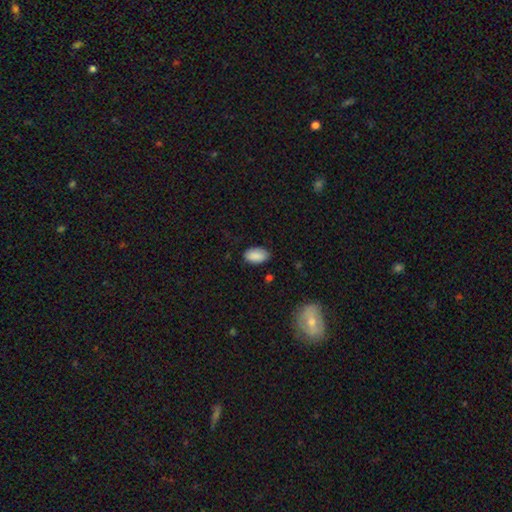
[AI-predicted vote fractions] This is clearly a smooth galaxy (89%). How rounded: clearly in between (94%). Merging: clearly none (81%).